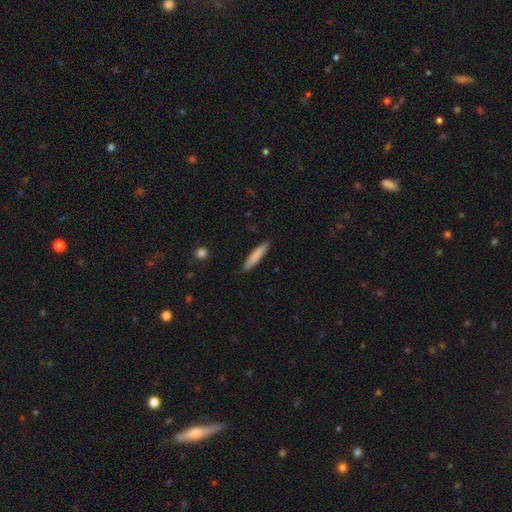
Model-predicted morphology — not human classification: Overall: smooth (80%). How rounded: cigar-shaped (88%). Merging: none (85%).